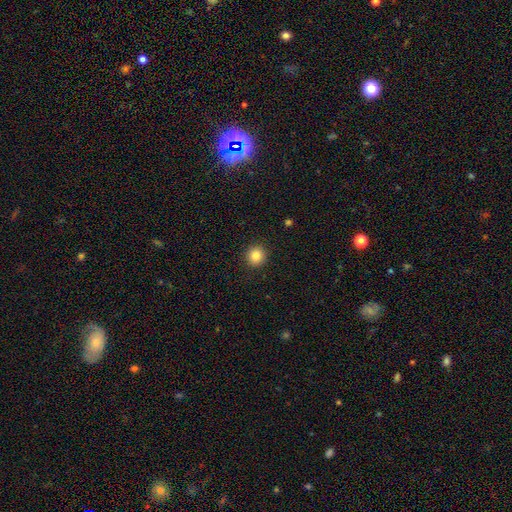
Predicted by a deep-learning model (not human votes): smooth_or_featured: smooth (p=0.84) [alt: star or artifact p=0.11]
how_rounded: round (p=0.92) [alt: in between p=0.07]
merging: none (p=0.93) [alt: minor disturbance p=0.05]